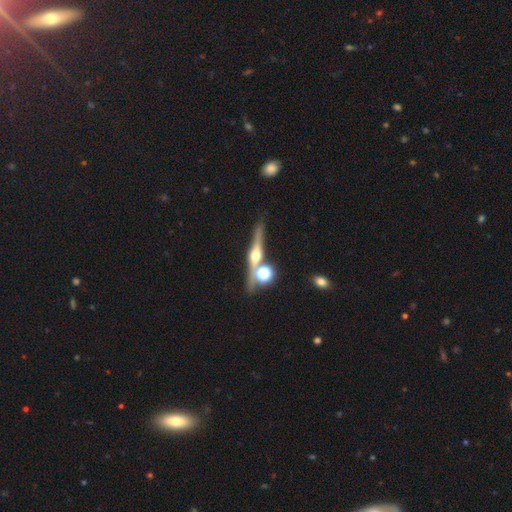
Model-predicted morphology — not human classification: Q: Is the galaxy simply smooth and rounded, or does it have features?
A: featured or disk — 67%.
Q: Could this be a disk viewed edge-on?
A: yes — 92%.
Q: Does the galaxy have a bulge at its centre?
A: rounded — 93%.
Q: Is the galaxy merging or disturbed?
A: none — 70%.